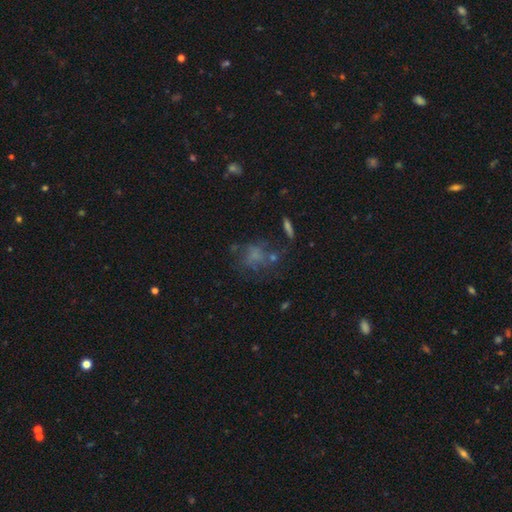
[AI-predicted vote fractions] Smooth or featured? Predicted: smooth (p=0.47). Merging? Predicted: none (p=0.48).